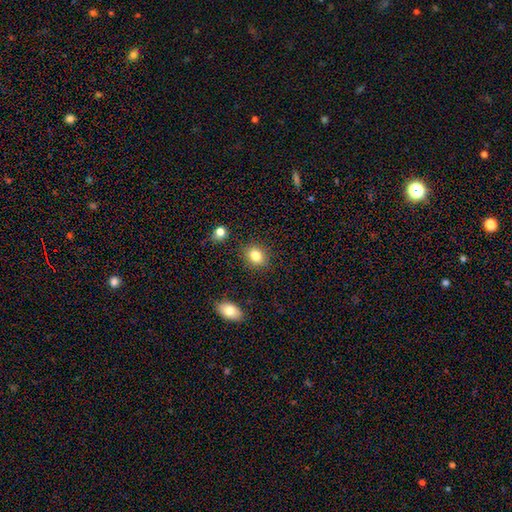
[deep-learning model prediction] Morphology: type=smooth (82%); roundness=round (51%); merging=none (86%).